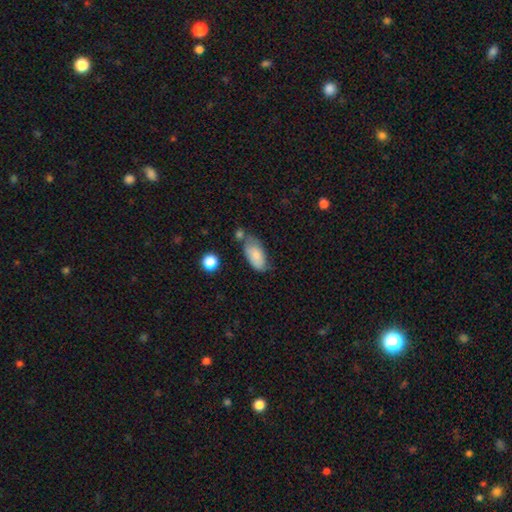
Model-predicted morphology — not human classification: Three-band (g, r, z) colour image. It shows a smooth galaxy with no disk features (76%) that is in between round and cigar-shaped (93%). Merging: none (47%).